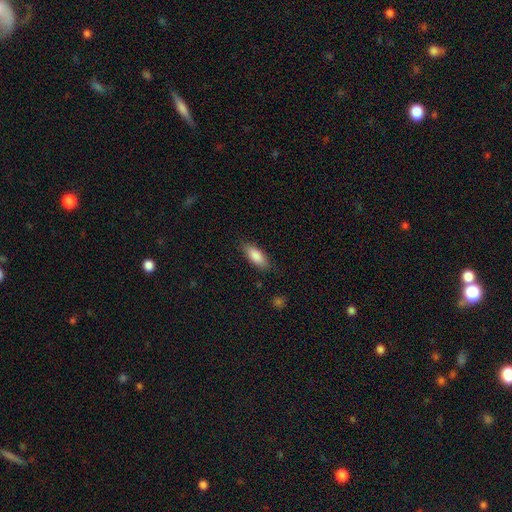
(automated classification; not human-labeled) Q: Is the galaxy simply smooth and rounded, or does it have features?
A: smooth — 85%.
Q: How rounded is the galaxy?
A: in between — 77%.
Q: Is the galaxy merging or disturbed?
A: none — 81%.